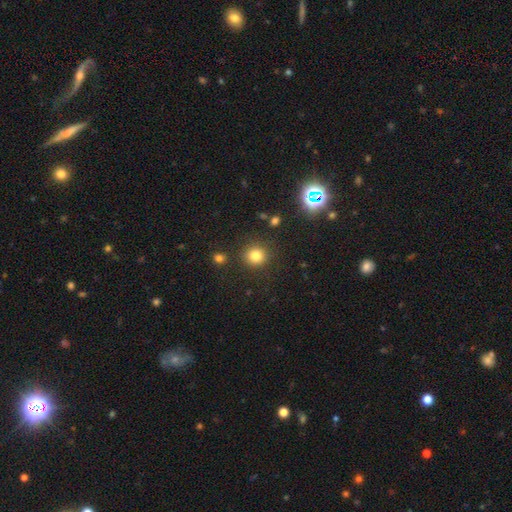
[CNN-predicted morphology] The model was most divided on "smooth or featured": smooth: 80%, star or artifact: 14%, featured or disk: 6%. More confident: how rounded — round (90%); merging — none (87%).